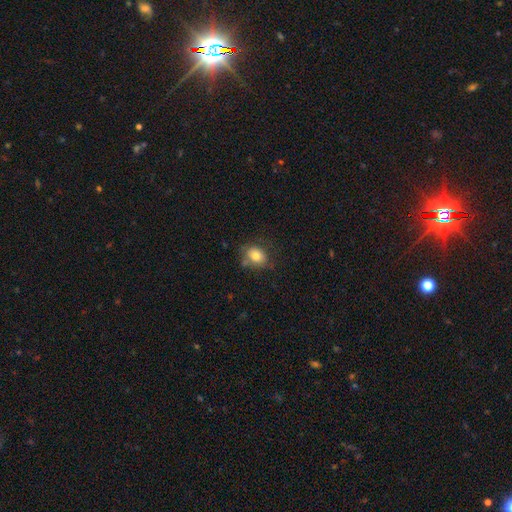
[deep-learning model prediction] Morphology: type=smooth (80%); roundness=in between (53%); merging=none (67%).